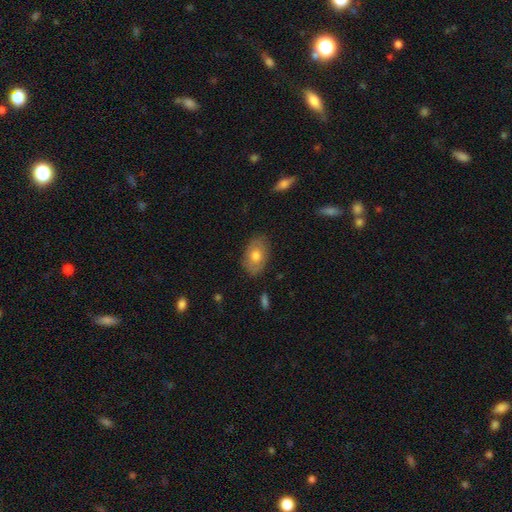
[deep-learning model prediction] Smooth or featured? smooth (70%)
How rounded? in between (88%)
Merging? none (82%)